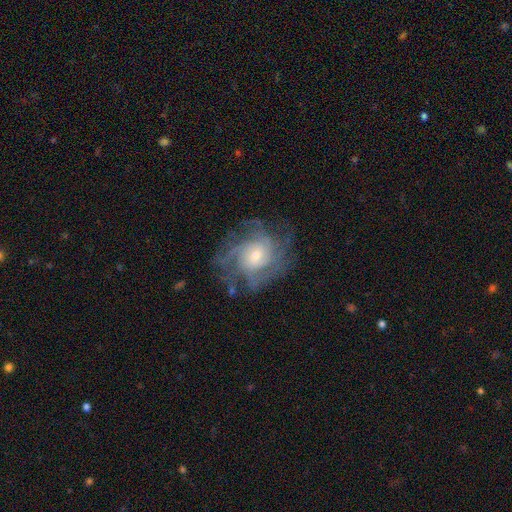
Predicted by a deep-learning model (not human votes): smooth_or_featured: featured or disk (p=0.83) [alt: smooth p=0.09]
disk_edge_on: no (p=0.97) [alt: yes p=0.03]
bar: no (p=0.72) [alt: weak p=0.24]
has_spiral_arms: yes (p=0.94) [alt: no p=0.06]
spiral_winding: tight (p=0.53) [alt: medium p=0.36]
spiral_arm_count: can't tell (p=0.31) [alt: 4 p=0.26]
bulge_size: small (p=0.60) [alt: moderate p=0.33]
merging: none (p=0.71) [alt: minor disturbance p=0.16]